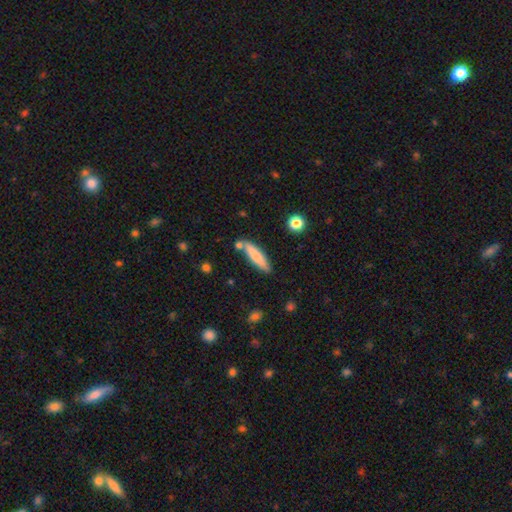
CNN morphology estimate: A smooth galaxy with no disk features (75%) that is cigar-shaped (80%). Merging: none (77%).